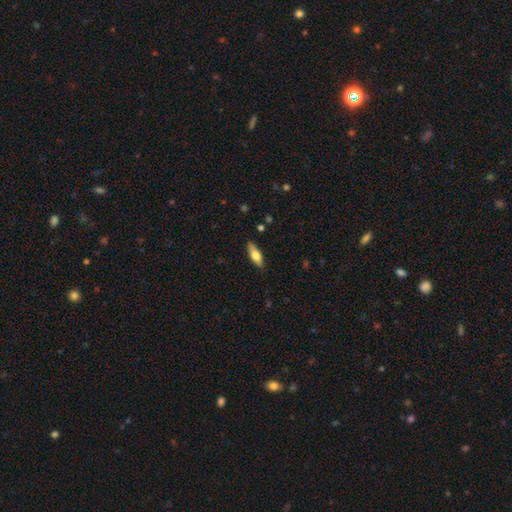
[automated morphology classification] The model was most divided on "how rounded": in between: 54%, cigar-shaped: 43%, round: 3%. More confident: merging — none (86%); smooth or featured — smooth (59%).